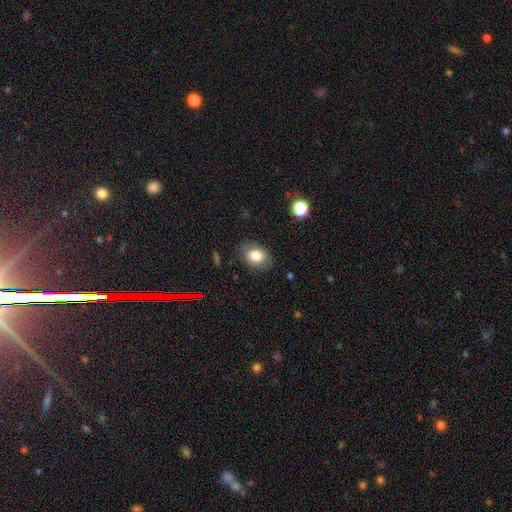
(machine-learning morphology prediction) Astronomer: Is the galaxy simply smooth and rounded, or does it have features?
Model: smooth — 78%.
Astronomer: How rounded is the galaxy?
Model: in between — 65%.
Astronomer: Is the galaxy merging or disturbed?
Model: none — 79%.